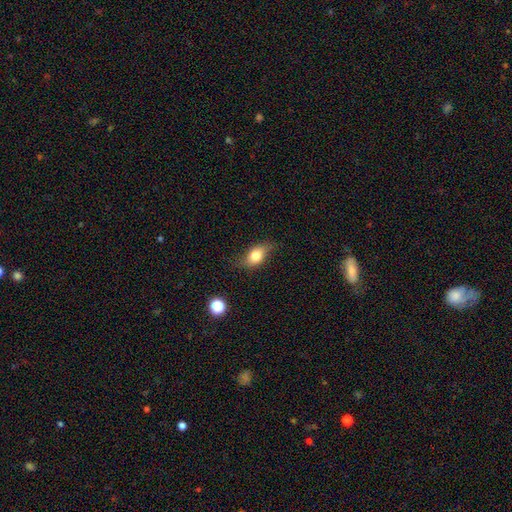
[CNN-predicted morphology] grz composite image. It shows a smooth galaxy with no disk features (73%) that is in between round and cigar-shaped (81%). Merging: none (70%).